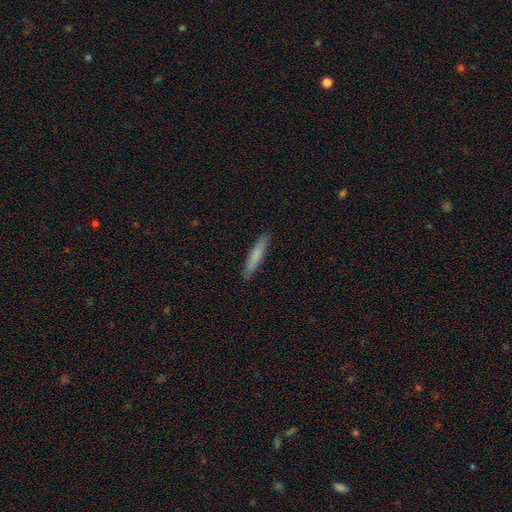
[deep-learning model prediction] A smooth galaxy with no disk features (80%) that is cigar-shaped (90%). Merging: none (90%).